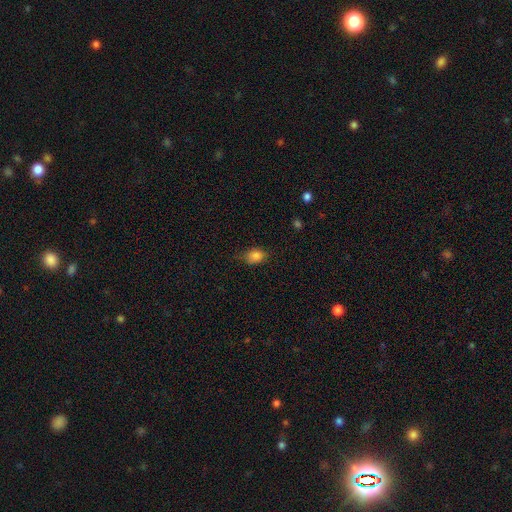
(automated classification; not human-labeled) smooth 84%, star or artifact 10%, featured or disk 6%. Down the decision tree: how rounded — in between (73%); merging — none (68%).